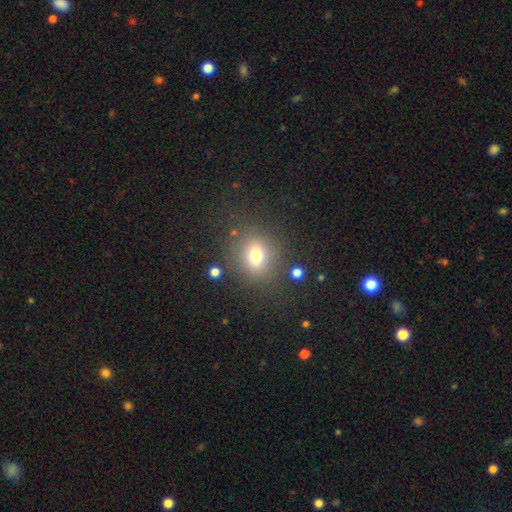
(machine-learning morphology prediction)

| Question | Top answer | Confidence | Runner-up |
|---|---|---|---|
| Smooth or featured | smooth | 73% | star or artifact (16%) |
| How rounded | round | 63% | in between (35%) |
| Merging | none | 80% | minor disturbance (11%) |